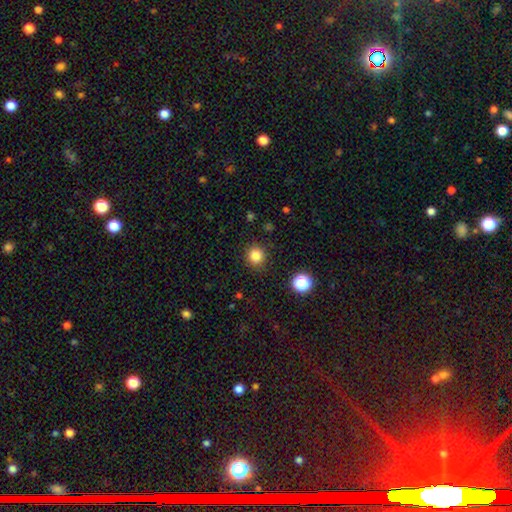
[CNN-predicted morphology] A smooth galaxy with no disk features (83%) that is round (91%). Merging: none (89%).